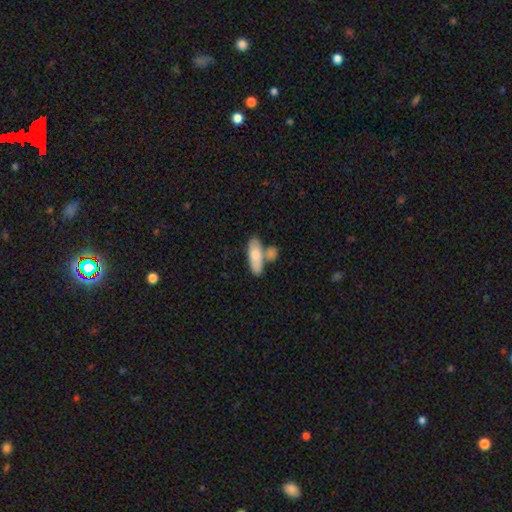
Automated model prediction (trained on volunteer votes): A smooth galaxy with no disk features (76%) that is in between round and cigar-shaped (68%).

Vote fractions:
- Smooth or featured? smooth: 76% / featured or disk: 18% / star or artifact: 5%
- How rounded? in between: 68% / cigar-shaped: 29% / round: 3%
- Merging? none: 49% / merger: 33% / minor disturbance: 14% / major disturbance: 4%